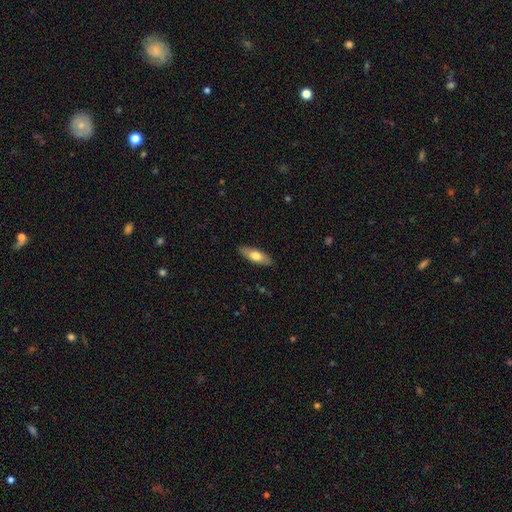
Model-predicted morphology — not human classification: Smooth or featured? smooth (70%)
How rounded? in between (64%)
Merging? none (88%)